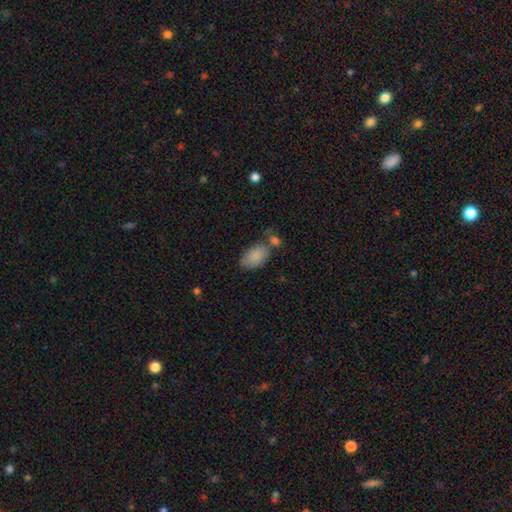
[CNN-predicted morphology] Smooth or featured?
  - smooth: 86% *
  - featured or disk: 7%
  - star or artifact: 7%
How rounded?
  - in between: 94% *
  - round: 5%
  - cigar-shaped: 2%
Merging?
  - none: 56% *
  - minor disturbance: 21%
  - merger: 17%
  - major disturbance: 6%